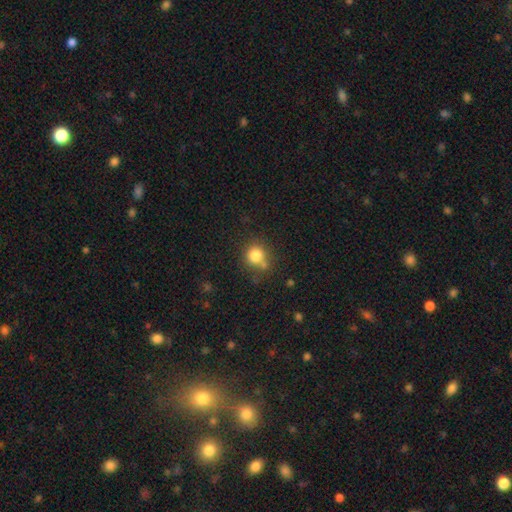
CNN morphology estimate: Overall: smooth (81%). How rounded: round (90%). Merging: none (66%).